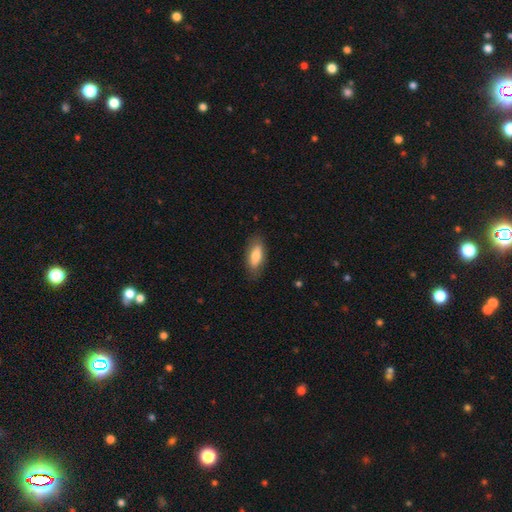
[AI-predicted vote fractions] A smooth galaxy with no disk features (76%) that is in between round and cigar-shaped (79%). Merging: none (80%).